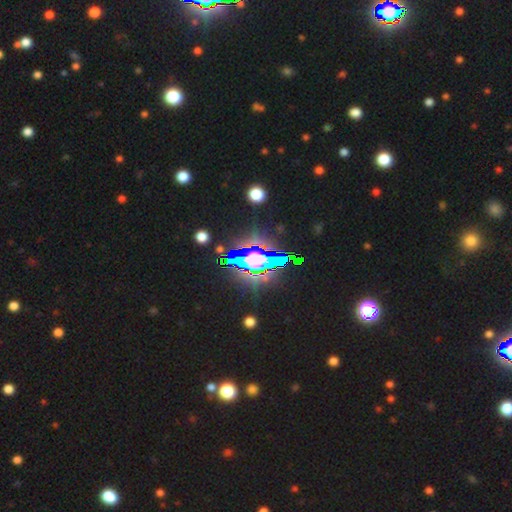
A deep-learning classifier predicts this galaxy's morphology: Overall: star or artifact (67%).